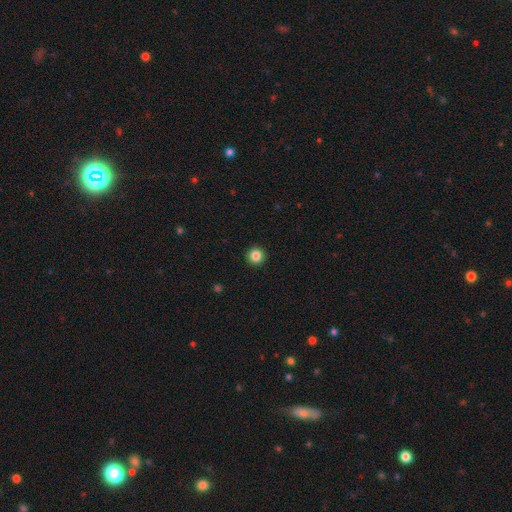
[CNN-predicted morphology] Q: Smooth or featured?
A: smooth (85%); runner-up: star or artifact (11%)
Q: How rounded?
A: round (96%); runner-up: in between (3%)
Q: Merging?
A: none (94%); runner-up: minor disturbance (4%)